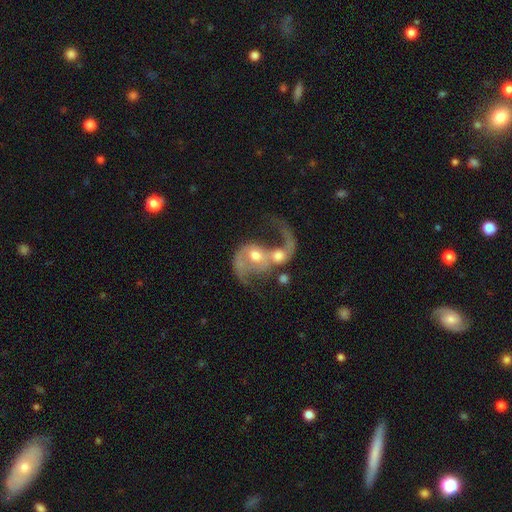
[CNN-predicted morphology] smooth_or_featured: featured or disk (p=0.80) [alt: smooth p=0.13]
disk_edge_on: no (p=0.97) [alt: yes p=0.03]
bar: no (p=0.59) [alt: weak p=0.30]
has_spiral_arms: yes (p=0.87) [alt: no p=0.13]
spiral_winding: loose (p=0.62) [alt: medium p=0.31]
spiral_arm_count: 2 (p=0.66) [alt: 1 p=0.25]
bulge_size: moderate (p=0.63) [alt: small p=0.23]
merging: merger (p=0.66) [alt: none p=0.14]